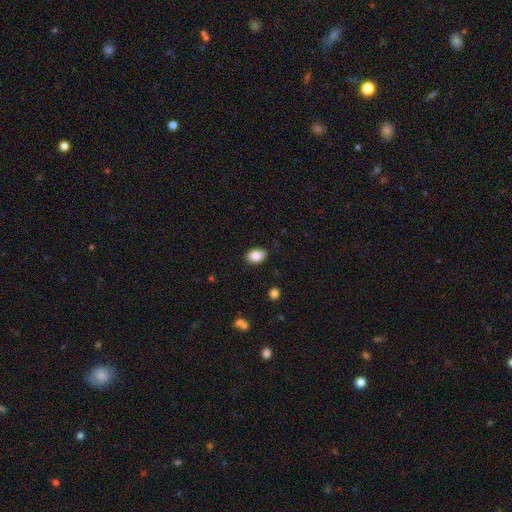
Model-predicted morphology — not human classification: type=smooth (87%); roundness=in between (84%); merging=none (87%).